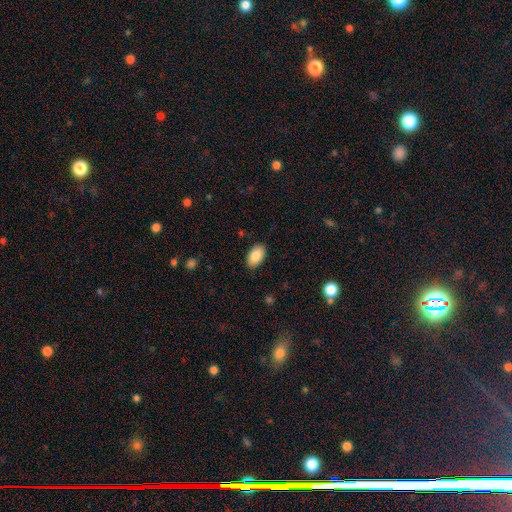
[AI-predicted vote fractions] Smooth or featured? Predicted: smooth (p=0.86). How rounded? Predicted: in between (p=0.93). Merging? Predicted: none (p=0.88).